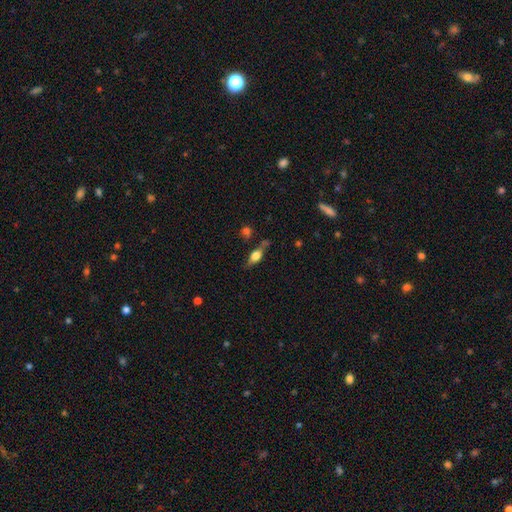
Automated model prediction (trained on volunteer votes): Smooth or featured: smooth — 55% (featured or disk — 35%)
How rounded: in between — 67% (cigar-shaped — 23%)
Merging: none — 63% (minor disturbance — 21%)